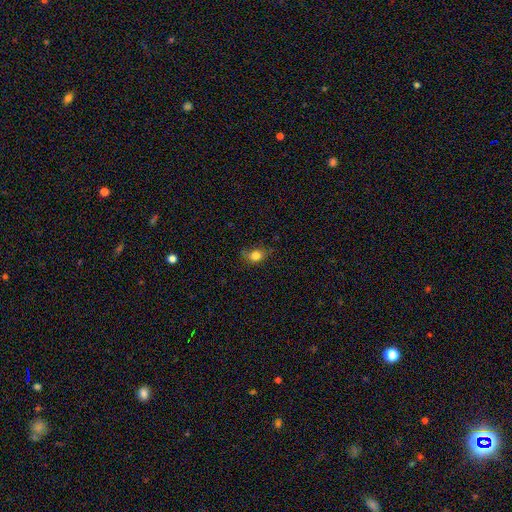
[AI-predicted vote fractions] Morphology: type=smooth (80%); roundness=round (52%); merging=none (64%).